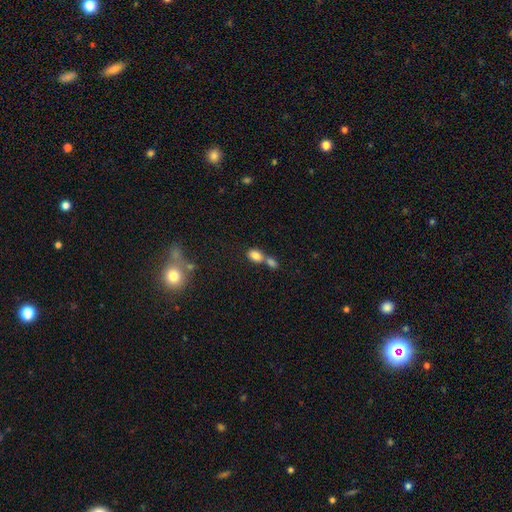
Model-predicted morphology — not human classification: Smooth or featured? Predicted: smooth (p=0.81). How rounded? Predicted: in between (p=0.78). Merging? Predicted: merger (p=0.57).